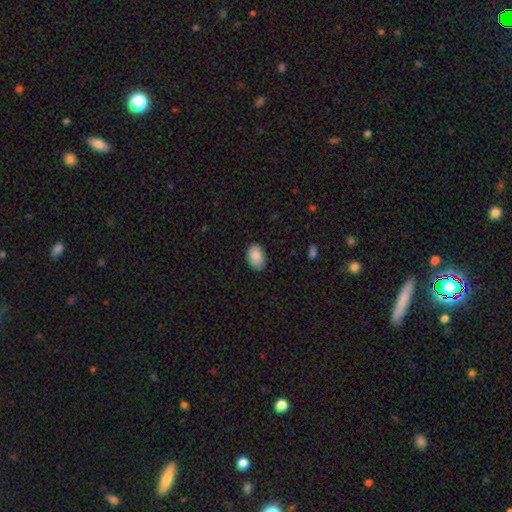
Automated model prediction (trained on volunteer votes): This is clearly a smooth galaxy (88%). How rounded: clearly in between (88%). Merging: clearly none (83%).